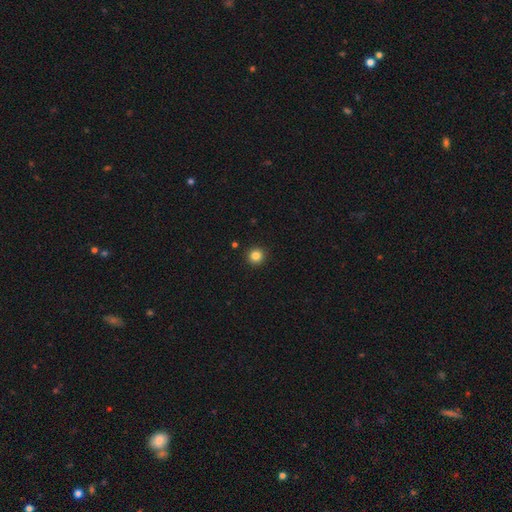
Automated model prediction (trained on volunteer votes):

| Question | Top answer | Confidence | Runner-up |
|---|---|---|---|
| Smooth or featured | smooth | 84% | star or artifact (11%) |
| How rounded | round | 95% | in between (4%) |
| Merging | none | 93% | minor disturbance (4%) |